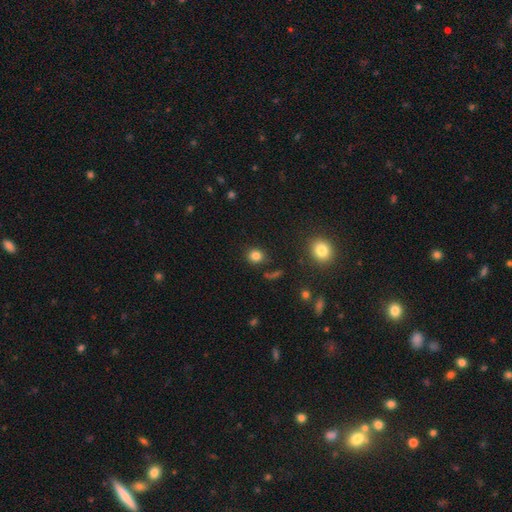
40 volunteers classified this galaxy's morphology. This appears to be a smooth galaxy with no disk features (90%) that is round (89%). Merging: none (92%).